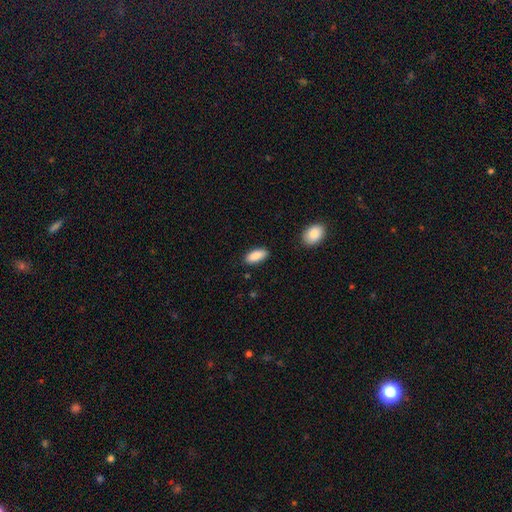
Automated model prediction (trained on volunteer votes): Smooth or featured? smooth (89%)
How rounded? in between (86%)
Merging? none (85%)